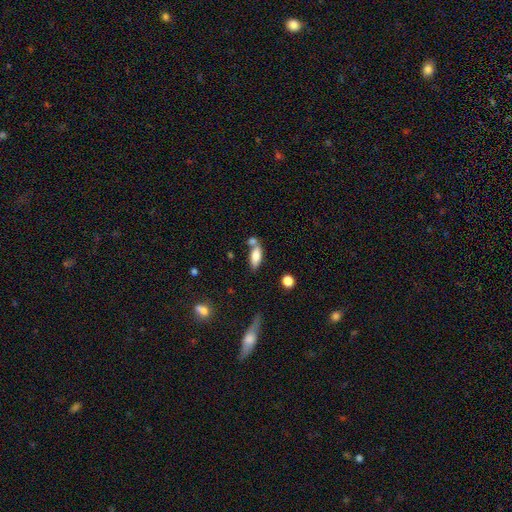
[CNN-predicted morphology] smooth 79%, featured or disk 14%, star or artifact 7%. Down the decision tree: how rounded — in between (75%); merging — none (54%).